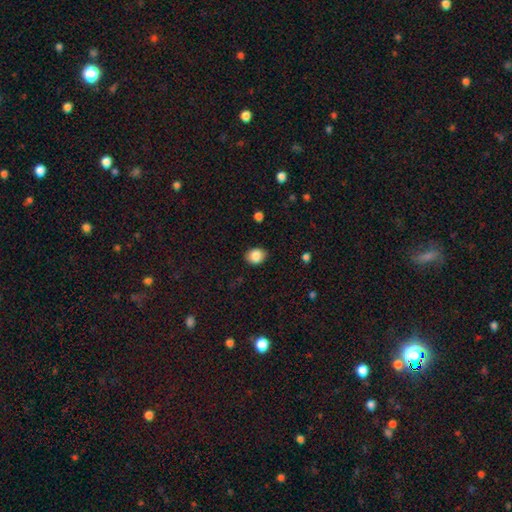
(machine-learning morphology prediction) Smooth or featured?
  - smooth: 86% *
  - star or artifact: 9%
  - featured or disk: 5%
How rounded?
  - round: 51% *
  - in between: 48%
  - cigar-shaped: 1%
Merging?
  - none: 83% *
  - minor disturbance: 13%
  - major disturbance: 3%
  - merger: 1%